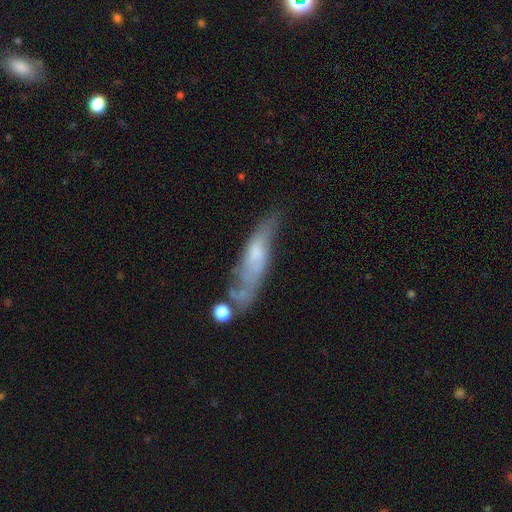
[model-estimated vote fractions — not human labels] smooth-or-featured: featured or disk: 49% | smooth: 43% | star or artifact: 8%
  merging: none: 43% | minor disturbance: 27% | major disturbance: 19% | merger: 11%